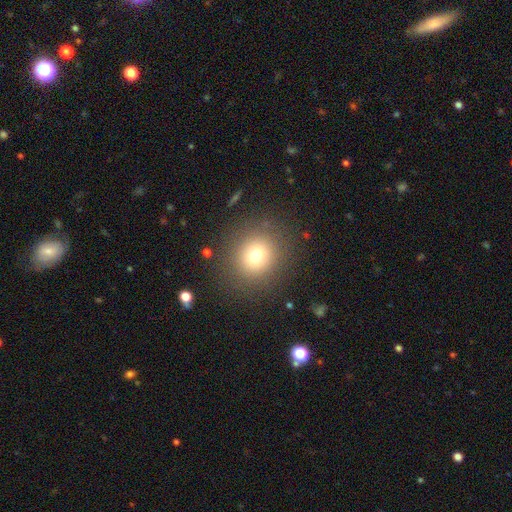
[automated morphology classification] A smooth galaxy with no disk features (73%) that is round (88%).

Vote fractions:
- Smooth or featured? smooth: 73% / star or artifact: 16% / featured or disk: 11%
- How rounded? round: 88% / in between: 11% / cigar-shaped: 1%
- Merging? none: 87% / minor disturbance: 7% / major disturbance: 4% / merger: 2%